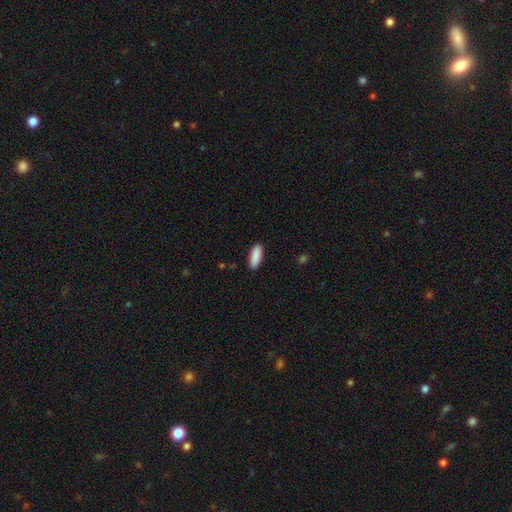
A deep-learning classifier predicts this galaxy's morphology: Q: Smooth or featured?
A: smooth (90%); runner-up: star or artifact (6%)
Q: How rounded?
A: in between (66%); runner-up: cigar-shaped (32%)
Q: Merging?
A: none (88%); runner-up: minor disturbance (9%)